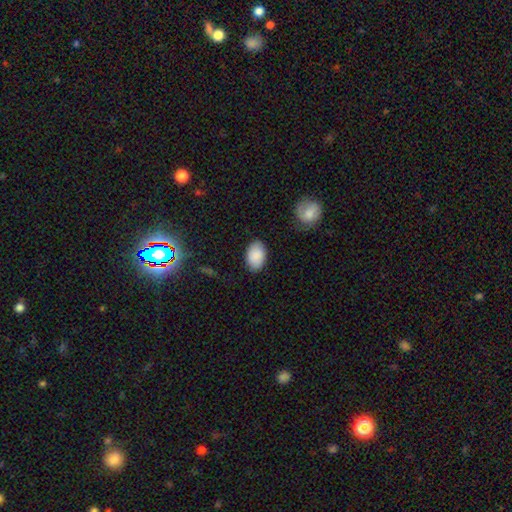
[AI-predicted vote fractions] This is clearly a smooth galaxy (87%). How rounded: clearly in between (89%). Merging: clearly none (83%).